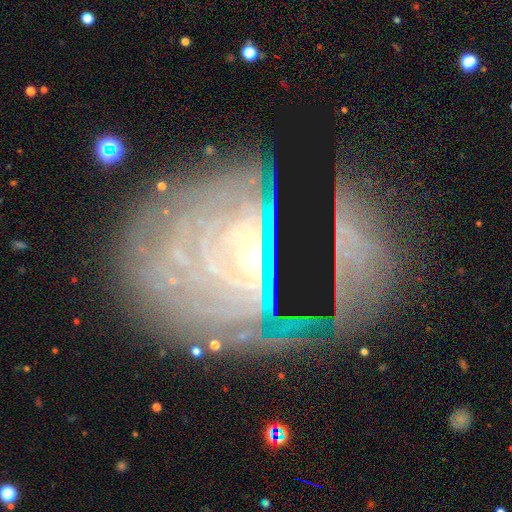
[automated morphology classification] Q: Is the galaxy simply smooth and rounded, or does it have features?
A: featured or disk — 69%.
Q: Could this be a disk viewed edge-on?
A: no — 94%.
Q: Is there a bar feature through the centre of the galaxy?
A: no — 53%.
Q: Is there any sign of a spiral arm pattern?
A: yes — 61%.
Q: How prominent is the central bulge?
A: small — 49%.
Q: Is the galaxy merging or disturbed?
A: none — 34%.